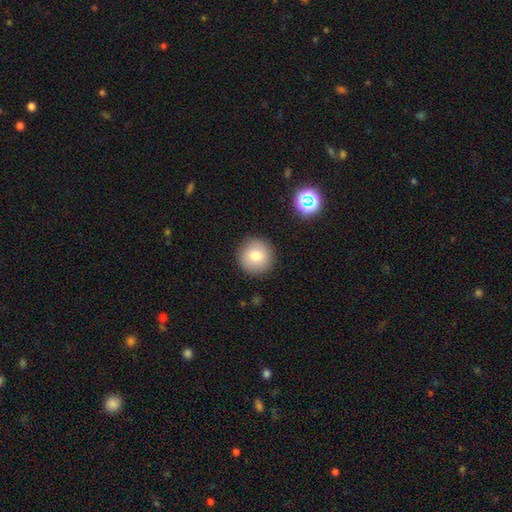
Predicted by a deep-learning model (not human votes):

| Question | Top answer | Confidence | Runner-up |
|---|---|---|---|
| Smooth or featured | smooth | 78% | featured or disk (12%) |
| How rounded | round | 95% | in between (4%) |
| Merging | none | 91% | minor disturbance (6%) |